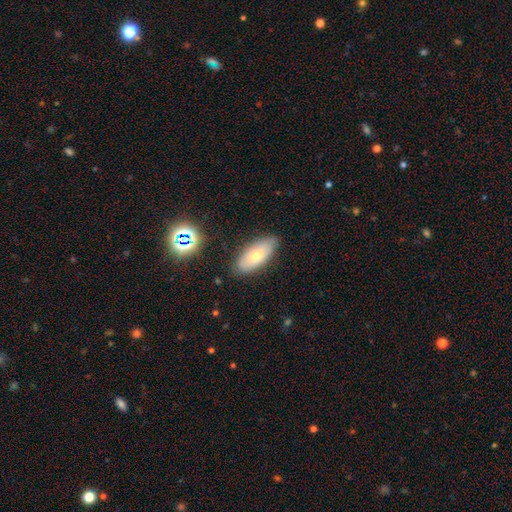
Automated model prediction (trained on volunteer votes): A smooth galaxy with no disk features (63%) that is in between round and cigar-shaped (89%).

Vote fractions:
- Smooth or featured? smooth: 63% / featured or disk: 29% / star or artifact: 8%
- How rounded? in between: 89% / cigar-shaped: 8% / round: 3%
- Merging? none: 82% / minor disturbance: 14% / major disturbance: 3% / merger: 1%